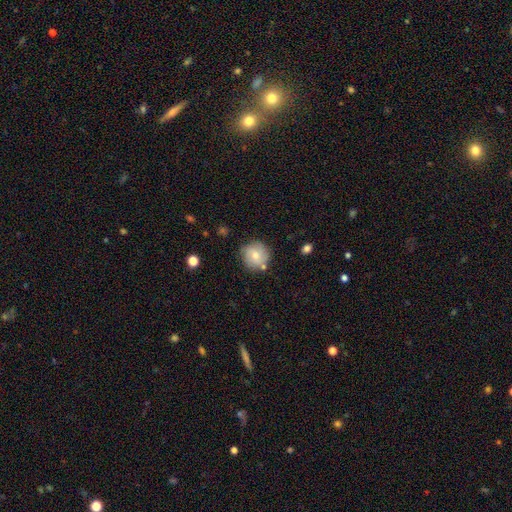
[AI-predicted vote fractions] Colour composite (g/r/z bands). It shows a smooth galaxy with no disk features (72%) that is round (92%). Merging: none (76%).